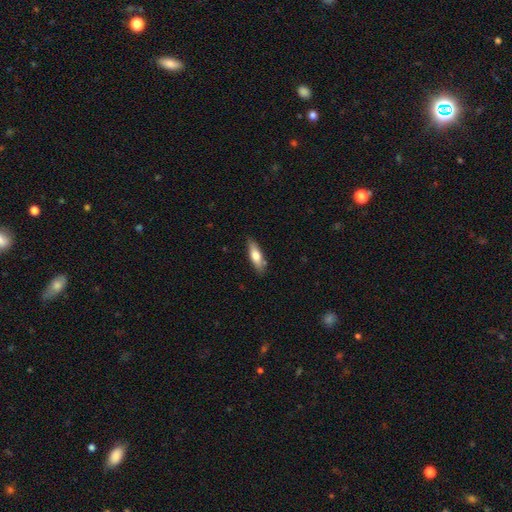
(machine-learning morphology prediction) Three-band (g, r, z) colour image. It shows a smooth galaxy with no disk features (69%) that is cigar-shaped (49%, tied with in between). Merging: none (81%).